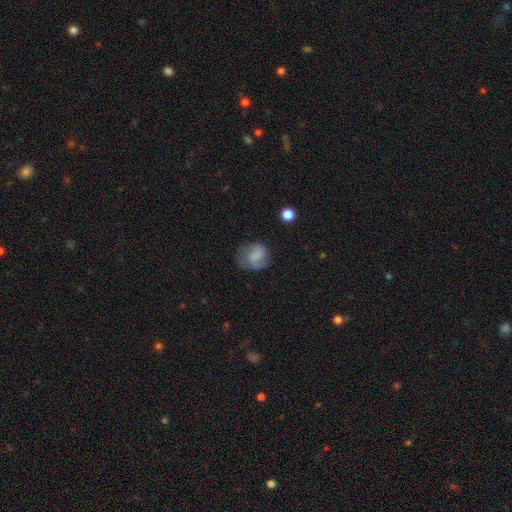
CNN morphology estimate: The model was most divided on "merging": none: 58%, minor disturbance: 26%, major disturbance: 15%, merger: 2%. More confident: how rounded — round (68%); smooth or featured — smooth (67%).